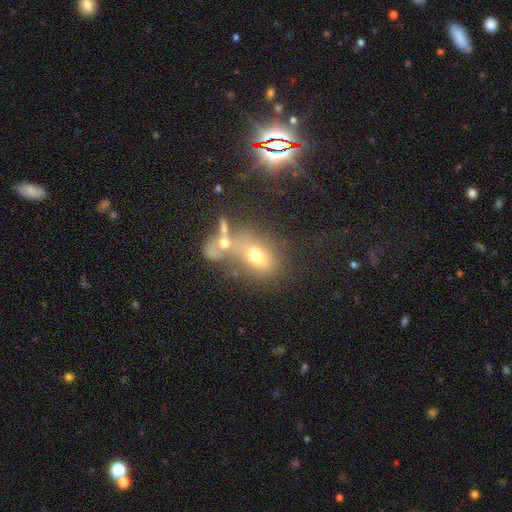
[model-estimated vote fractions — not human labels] smooth 62%, featured or disk 22%, star or artifact 16%. Down the decision tree: how rounded — in between (70%); merging — merger (41%).